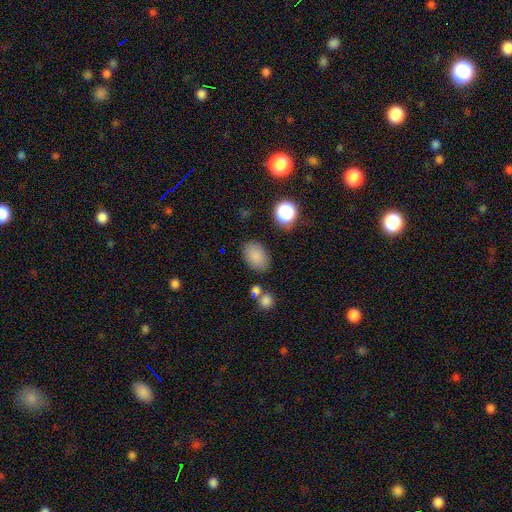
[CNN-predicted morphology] Smooth or featured? Predicted: smooth (p=0.85). How rounded? Predicted: in between (p=0.87). Merging? Predicted: none (p=0.81).